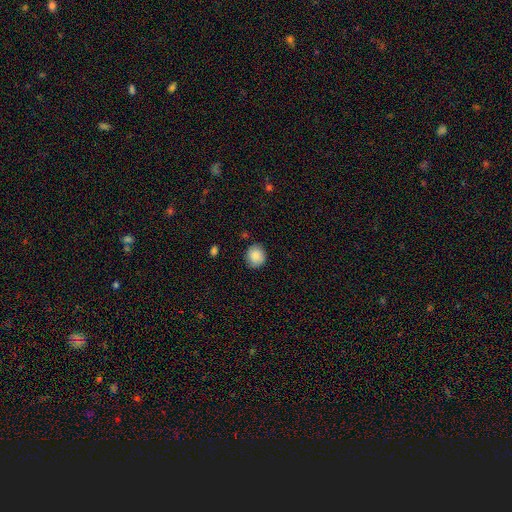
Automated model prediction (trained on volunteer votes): Overall: smooth (86%). How rounded: round (85%). Merging: none (86%).